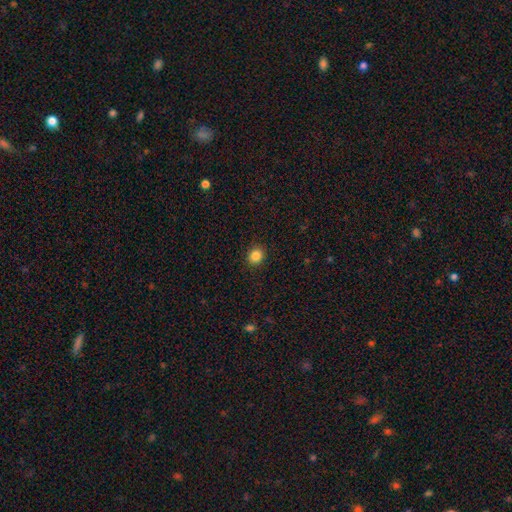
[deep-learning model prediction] A smooth galaxy with no disk features (85%) that is round (77%).

Vote fractions:
- Smooth or featured? smooth: 85% / star or artifact: 11% / featured or disk: 4%
- How rounded? round: 77% / in between: 23% / cigar-shaped: 1%
- Merging? none: 91% / minor disturbance: 6% / major disturbance: 2% / merger: 1%